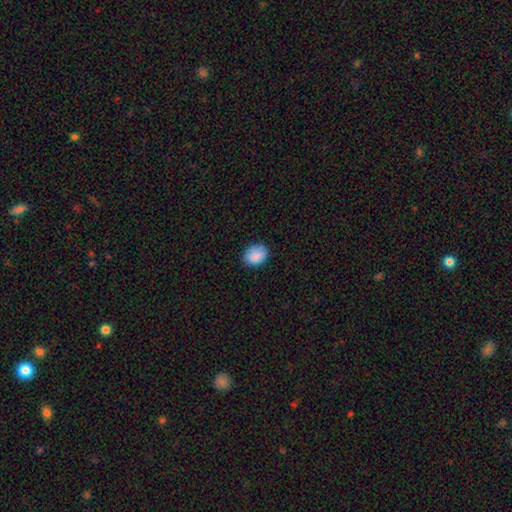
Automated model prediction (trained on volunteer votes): A smooth galaxy with no disk features (88%) that is in between round and cigar-shaped (55%).

Vote fractions:
- Smooth or featured? smooth: 88% / star or artifact: 8% / featured or disk: 4%
- How rounded? in between: 55% / round: 44% / cigar-shaped: 1%
- Merging? none: 79% / minor disturbance: 17% / major disturbance: 3% / merger: 1%